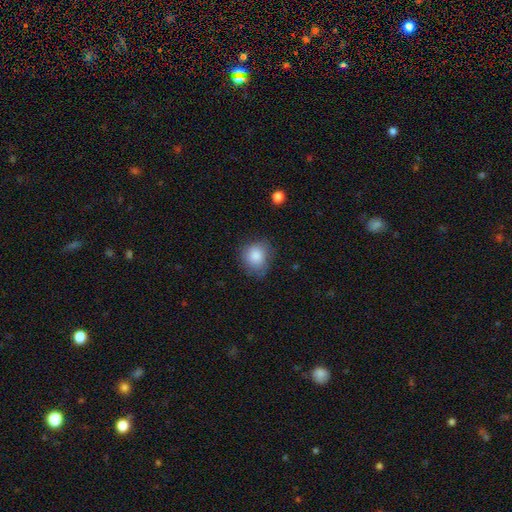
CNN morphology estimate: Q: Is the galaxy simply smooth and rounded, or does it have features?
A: smooth — 84%.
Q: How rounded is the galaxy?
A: round — 75%.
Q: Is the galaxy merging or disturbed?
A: none — 65%.